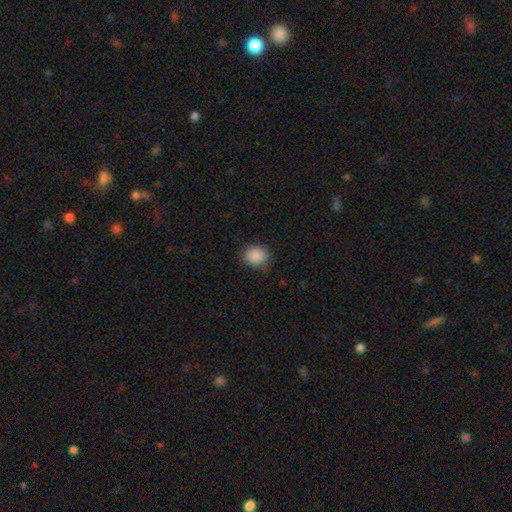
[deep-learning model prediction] smooth-or-featured: smooth: 89% | star or artifact: 9% | featured or disk: 3%
  how-rounded: round: 66% | in between: 33% | cigar-shaped: 1%
  merging: none: 84% | minor disturbance: 12% | major disturbance: 3% | merger: 1%